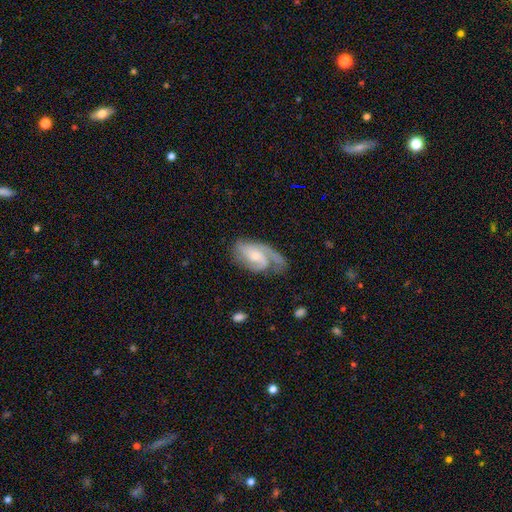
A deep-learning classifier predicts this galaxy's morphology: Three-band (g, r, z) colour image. It shows a featured or disk galaxy (78%) with no bar (58%), 2 (46%) medium (47%) spiral arms (93%) and a small central bulge (56%). Merging: none (46%).